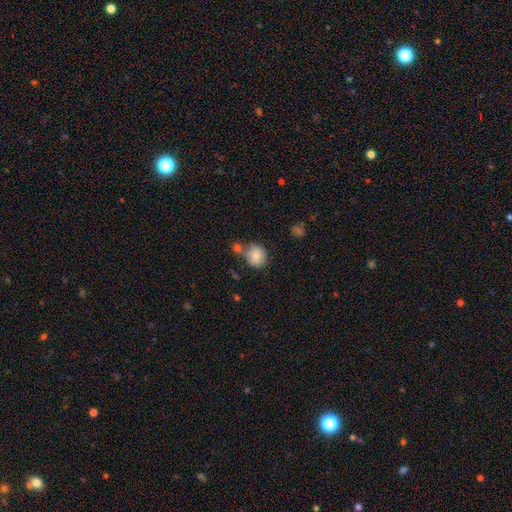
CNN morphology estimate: This appears to be a smooth galaxy with no disk features (82%) that is round (83%). Merging: none (55%).